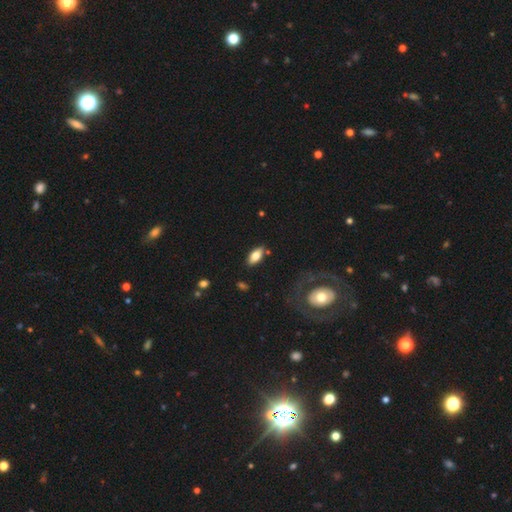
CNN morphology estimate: Smooth or featured? Predicted: smooth (p=0.75). How rounded? Predicted: in between (p=0.87). Merging? Predicted: none (p=0.83).